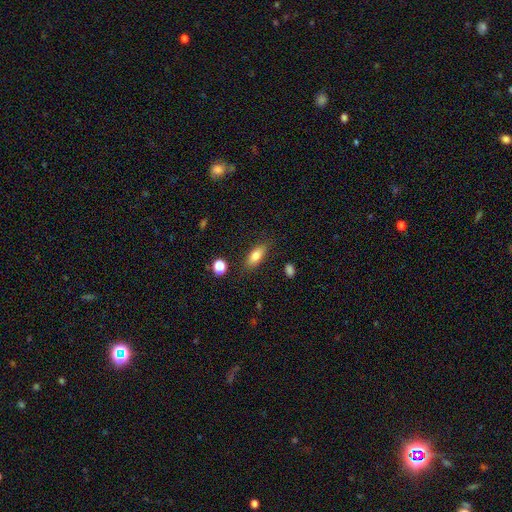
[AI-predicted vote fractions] A smooth galaxy with no disk features (78%) that is in between round and cigar-shaped (77%). Merging: none (82%).